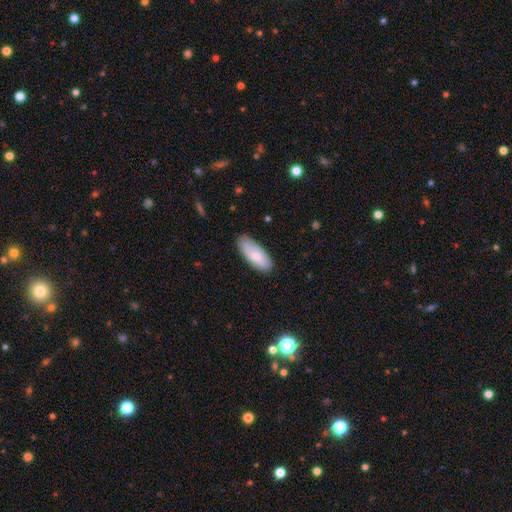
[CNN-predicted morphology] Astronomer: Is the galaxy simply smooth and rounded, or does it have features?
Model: smooth — 77%.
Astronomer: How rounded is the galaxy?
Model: in between — 82%.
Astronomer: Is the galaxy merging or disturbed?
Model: none — 81%.